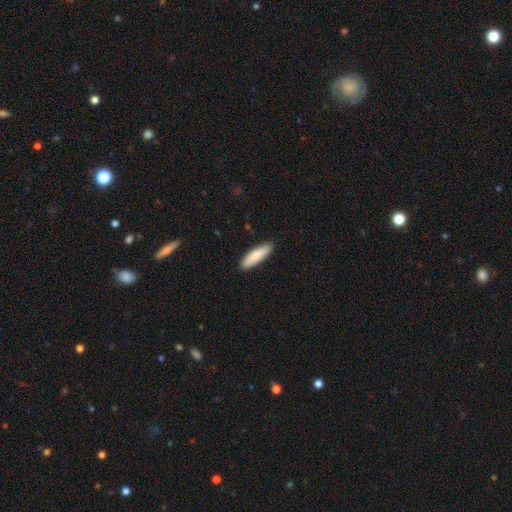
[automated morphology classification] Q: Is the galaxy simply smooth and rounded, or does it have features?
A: smooth — 85%.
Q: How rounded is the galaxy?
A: cigar-shaped — 60%.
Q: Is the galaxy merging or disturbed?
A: none — 88%.